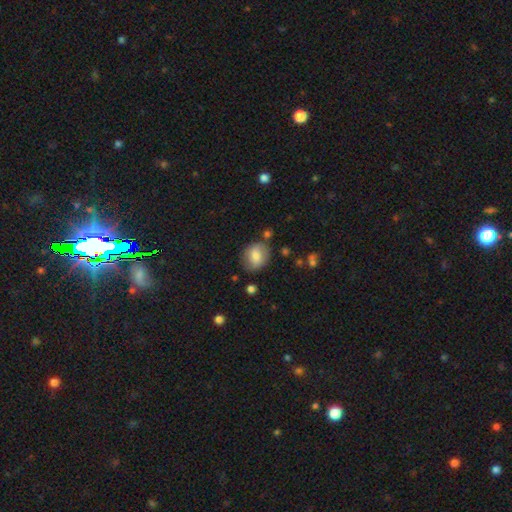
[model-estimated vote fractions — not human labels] Overall: smooth (72%). How rounded: round (59%; in between 40%). Merging: none (75%).